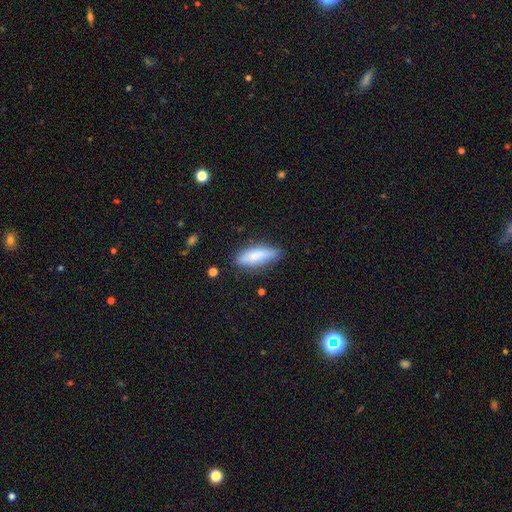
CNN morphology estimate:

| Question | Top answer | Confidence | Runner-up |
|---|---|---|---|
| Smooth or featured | smooth | 81% | featured or disk (13%) |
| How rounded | in between | 58% | cigar-shaped (40%) |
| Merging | none | 80% | minor disturbance (15%) |